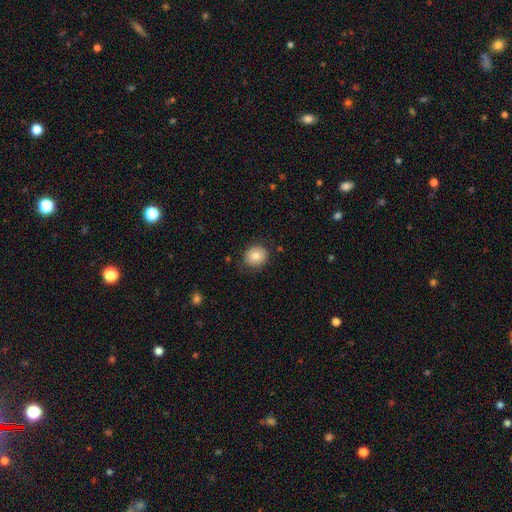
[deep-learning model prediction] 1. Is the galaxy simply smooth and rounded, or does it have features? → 82% smooth, 10% featured or disk, 8% star or artifact.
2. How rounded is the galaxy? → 77% round, 22% in between, 1% cigar-shaped.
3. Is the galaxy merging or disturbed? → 84% none, 12% minor disturbance, 3% major disturbance, 1% merger.